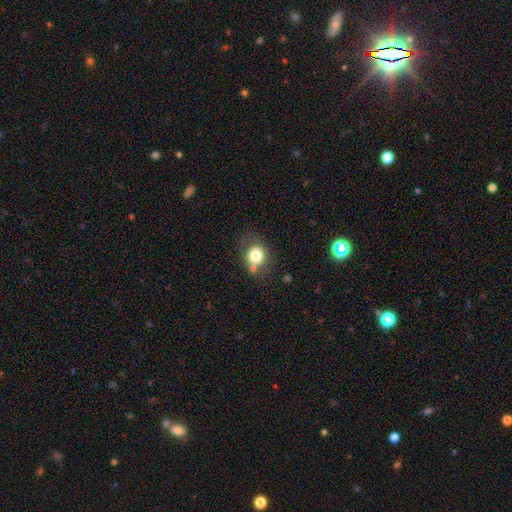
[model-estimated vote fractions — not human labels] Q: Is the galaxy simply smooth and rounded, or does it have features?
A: smooth — 76%.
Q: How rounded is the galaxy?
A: round — 70%.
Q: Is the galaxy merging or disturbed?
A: none — 67%.